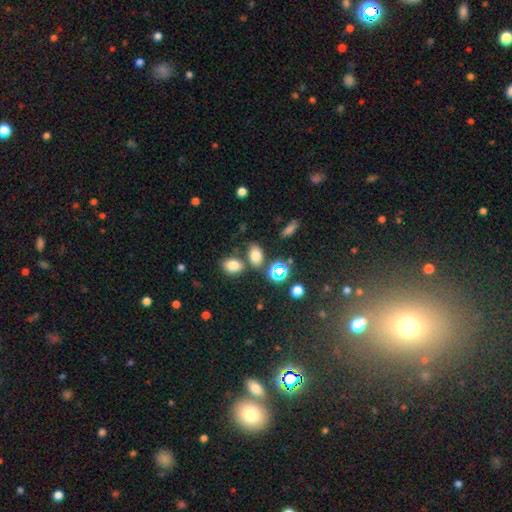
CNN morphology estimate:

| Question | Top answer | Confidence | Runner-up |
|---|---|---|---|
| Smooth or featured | smooth | 74% | star or artifact (18%) |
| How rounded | in between | 80% | round (18%) |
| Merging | none | 66% | merger (17%) |